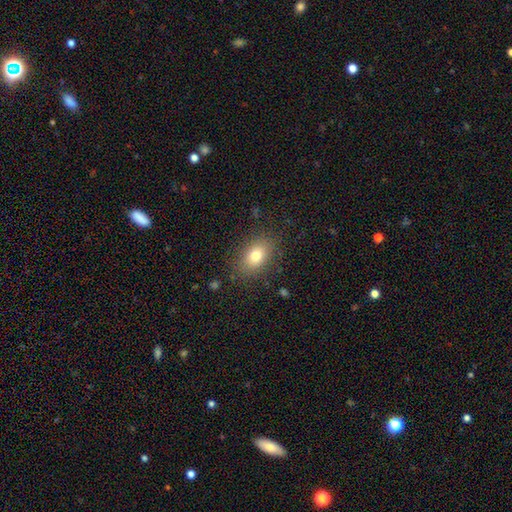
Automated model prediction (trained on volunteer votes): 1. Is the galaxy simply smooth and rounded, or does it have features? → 78% smooth, 12% featured or disk, 10% star or artifact.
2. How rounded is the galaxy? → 80% in between, 18% round, 2% cigar-shaped.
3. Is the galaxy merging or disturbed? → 84% none, 11% minor disturbance, 4% major disturbance, 1% merger.